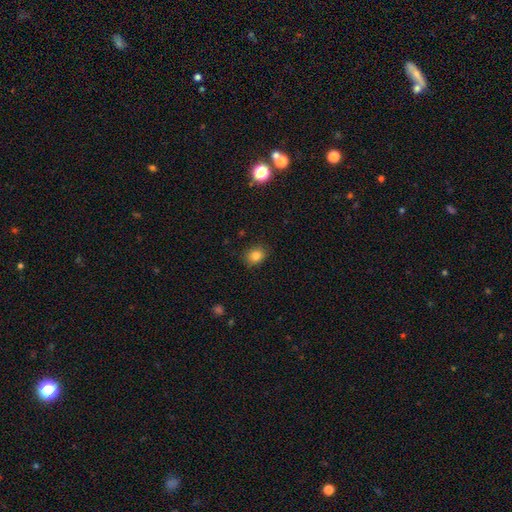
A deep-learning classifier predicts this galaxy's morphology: Smooth or featured? smooth (83%)
How rounded? round (55%)
Merging? none (87%)